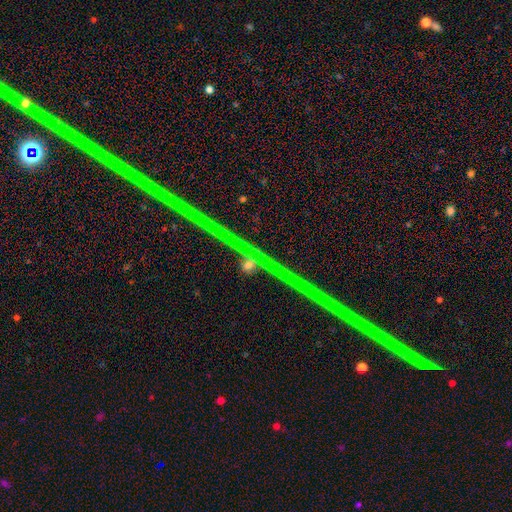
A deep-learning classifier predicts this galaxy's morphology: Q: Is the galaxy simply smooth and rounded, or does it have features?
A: star or artifact — 89%.